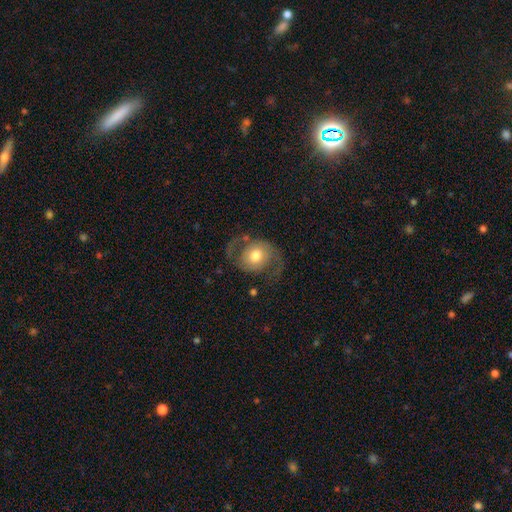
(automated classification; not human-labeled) A featured or disk galaxy (74%) with no bar (71%), 2 (91%) loose (45%) spiral arms (89%) and a moderate central bulge (68%).

Vote fractions:
- Smooth or featured? featured or disk: 74% / smooth: 19% / star or artifact: 6%
- Edge-on disk? no: 97% / yes: 3%
- Bar? no: 71% / weak: 23% / strong: 5%
- Spiral arms? yes: 89% / no: 11%
- Spiral winding? loose: 45% / medium: 43% / tight: 12%
- Spiral arm count? 2: 91% / can't tell: 3% / 1: 3% / 3: 1% / 4: 1% / more than 4: 1%
- Bulge size? moderate: 68% / large: 18% / small: 10% / dominant: 2% / none: 1%
- Merging? none: 63% / major disturbance: 18% / minor disturbance: 17% / merger: 2%